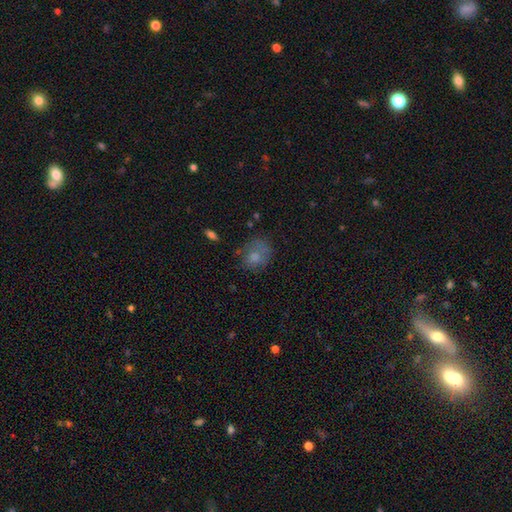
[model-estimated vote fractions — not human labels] The model was most divided on "how rounded": round: 56%, in between: 43%, cigar-shaped: 1%. More confident: smooth or featured — smooth (64%); merging — none (52%).